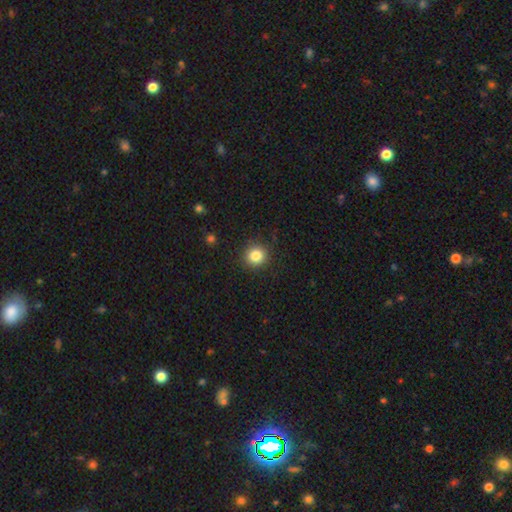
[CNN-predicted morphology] Smooth or featured? smooth (84%)
How rounded? round (91%)
Merging? none (90%)